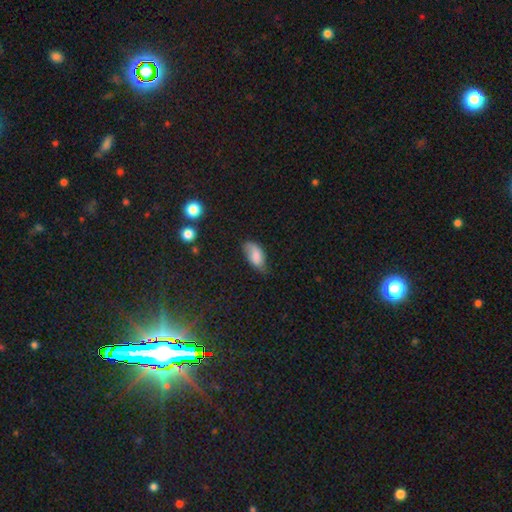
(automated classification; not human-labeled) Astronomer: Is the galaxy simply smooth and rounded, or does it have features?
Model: smooth — 77%.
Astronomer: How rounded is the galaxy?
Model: in between — 92%.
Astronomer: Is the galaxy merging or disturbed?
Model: none — 56% (runner-up: minor disturbance, 35%).